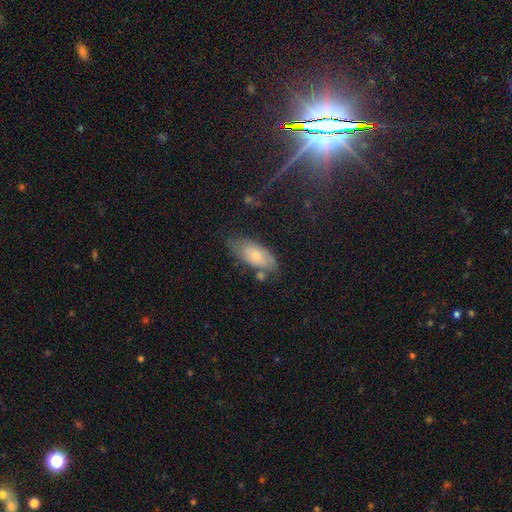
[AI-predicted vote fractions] This appears to be a smooth galaxy with no disk features (67%) that is in between round and cigar-shaped (88%). Merging: none (58%).